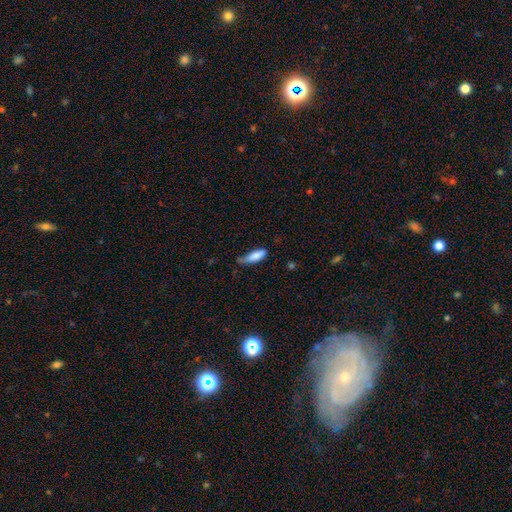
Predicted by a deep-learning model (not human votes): Smooth or featured: smooth — 83% (featured or disk — 10%)
How rounded: in between — 57% (cigar-shaped — 42%)
Merging: none — 45% (minor disturbance — 41%)